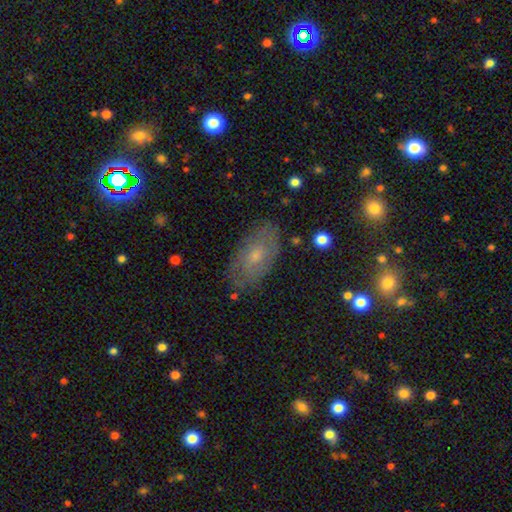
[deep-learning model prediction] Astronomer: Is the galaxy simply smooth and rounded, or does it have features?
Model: smooth — 48% (runner-up: featured or disk, 42%).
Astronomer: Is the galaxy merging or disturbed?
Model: none — 78%.